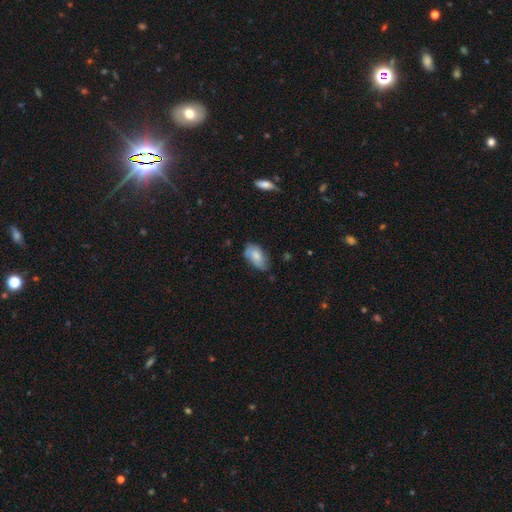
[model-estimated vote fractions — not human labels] Morphology: type=smooth (69%); roundness=in between (93%); merging=none (61%).